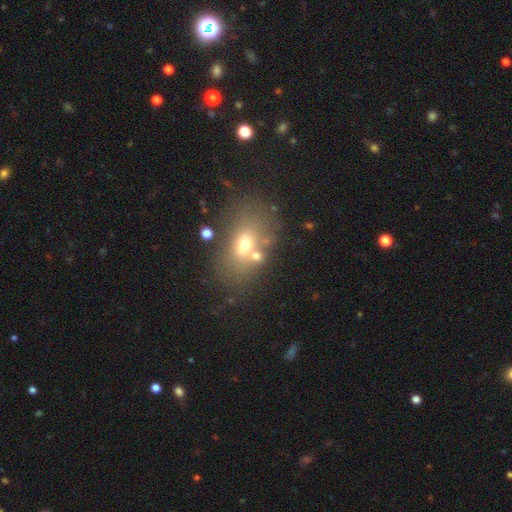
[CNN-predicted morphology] This appears to be a smooth galaxy with no disk features (60%) that is in between round and cigar-shaped (76%). Merging: none (55%).